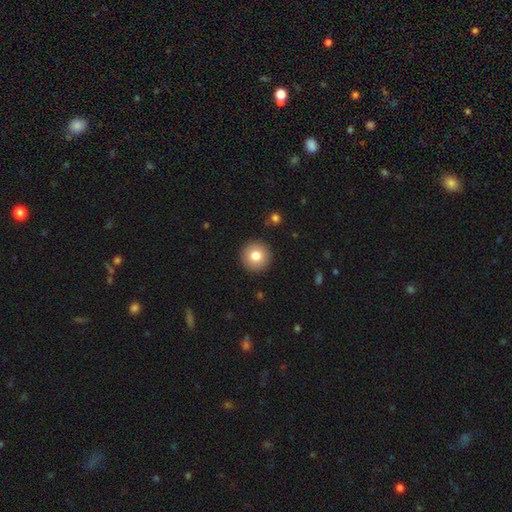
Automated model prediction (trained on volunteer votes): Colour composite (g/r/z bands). It shows a smooth galaxy with no disk features (79%) that is round (96%). Merging: none (92%).